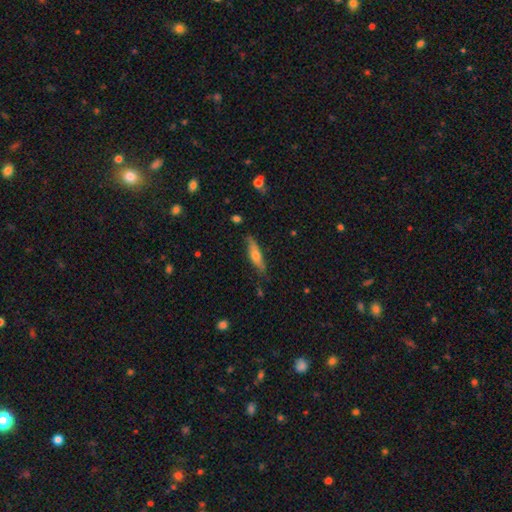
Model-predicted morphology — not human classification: Overall: smooth (53%; featured or disk 41%). How rounded: cigar-shaped (73%). Merging: none (78%).